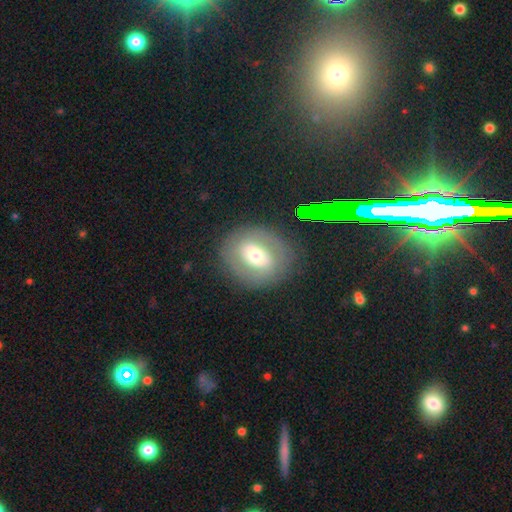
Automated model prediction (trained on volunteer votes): A smooth galaxy with no disk features (46%).

Vote fractions:
- Smooth or featured? smooth: 46% / featured or disk: 44% / star or artifact: 9%
- Merging? none: 81% / minor disturbance: 11% / major disturbance: 6% / merger: 2%